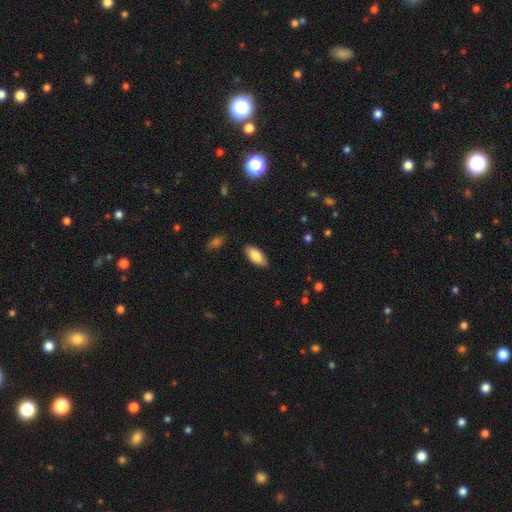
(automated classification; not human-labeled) smooth-or-featured: smooth: 85% | featured or disk: 9% | star or artifact: 6%
  how-rounded: in between: 88% | cigar-shaped: 10% | round: 2%
  merging: none: 85% | minor disturbance: 12% | major disturbance: 2% | merger: 1%